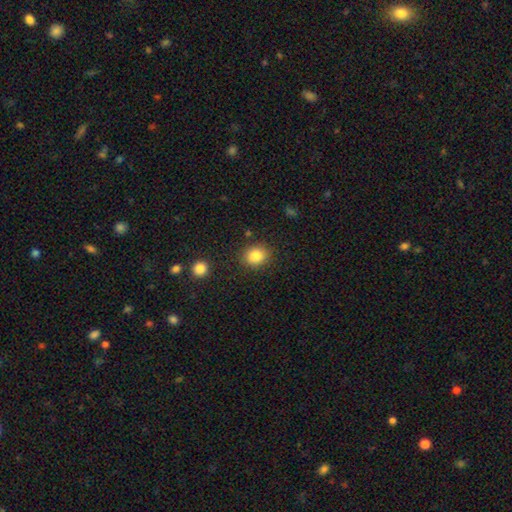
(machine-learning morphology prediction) smooth-or-featured: smooth: 84% | star or artifact: 10% | featured or disk: 6%
  how-rounded: round: 70% | in between: 30% | cigar-shaped: 1%
  merging: none: 86% | minor disturbance: 9% | major disturbance: 3% | merger: 2%